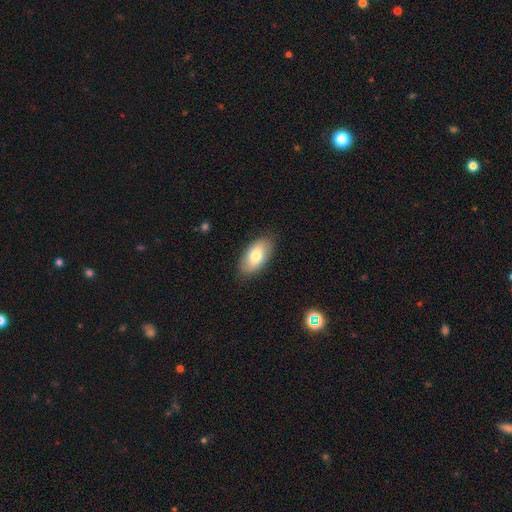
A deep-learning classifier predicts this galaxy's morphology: A smooth galaxy with no disk features (75%) that is in between round and cigar-shaped (94%). Merging: none (86%).